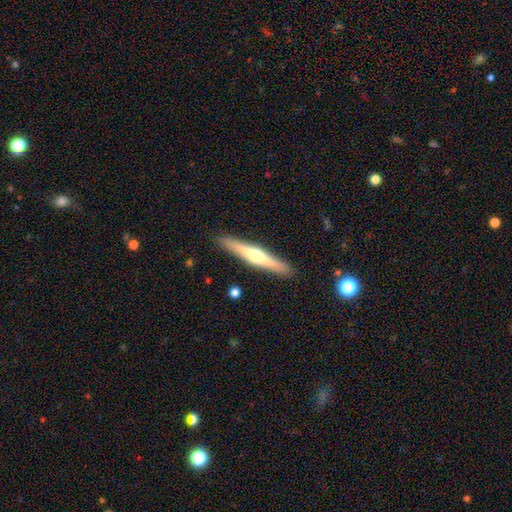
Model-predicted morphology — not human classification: This is likely a featured or disk galaxy (61%). It is clearly viewed edge-on (96%). Edge-on bulge: clearly rounded (88%). Merging: clearly none (90%).